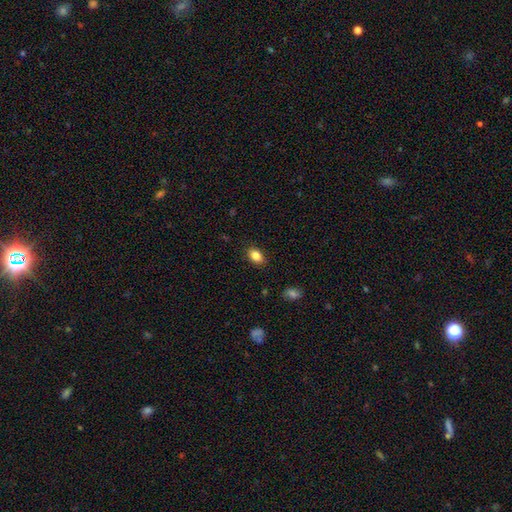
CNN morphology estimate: smooth-or-featured: smooth: 85% | star or artifact: 9% | featured or disk: 6%
  how-rounded: in between: 81% | round: 17% | cigar-shaped: 1%
  merging: none: 87% | minor disturbance: 10% | major disturbance: 2% | merger: 1%